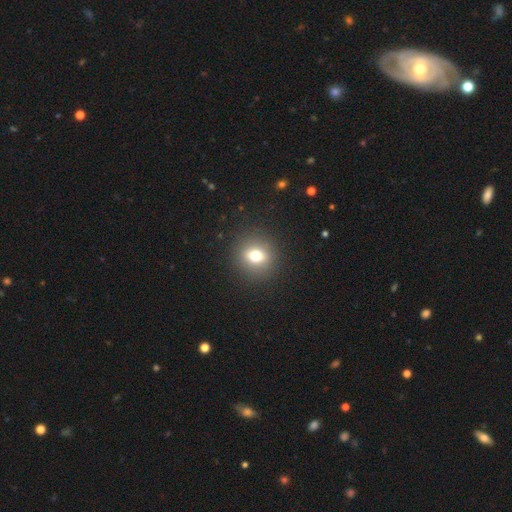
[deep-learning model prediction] Smooth or featured? Predicted: smooth (p=0.70). How rounded? Predicted: round (p=0.82). Merging? Predicted: none (p=0.90).